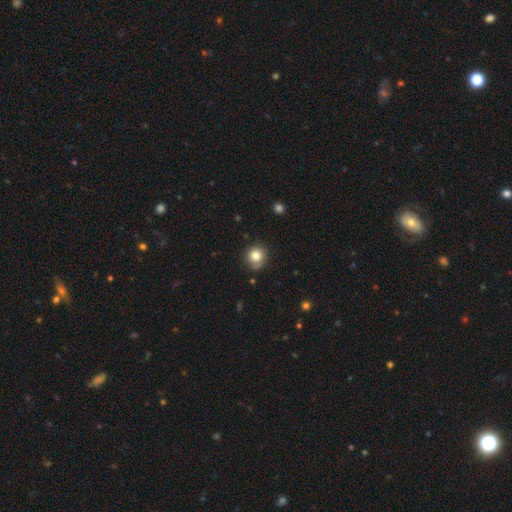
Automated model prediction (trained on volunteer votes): Smooth or featured? Predicted: smooth (p=0.80). How rounded? Predicted: round (p=0.87). Merging? Predicted: none (p=0.77).